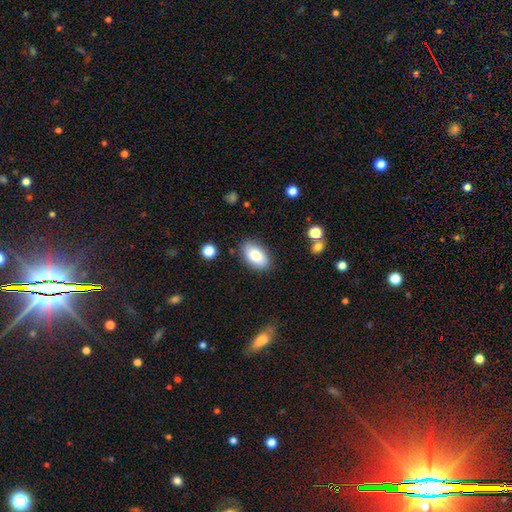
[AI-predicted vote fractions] A smooth galaxy with no disk features (82%) that is in between round and cigar-shaped (92%).

Vote fractions:
- Smooth or featured? smooth: 82% / featured or disk: 11% / star or artifact: 7%
- How rounded? in between: 92% / round: 6% / cigar-shaped: 2%
- Merging? none: 85% / minor disturbance: 11% / major disturbance: 3% / merger: 2%